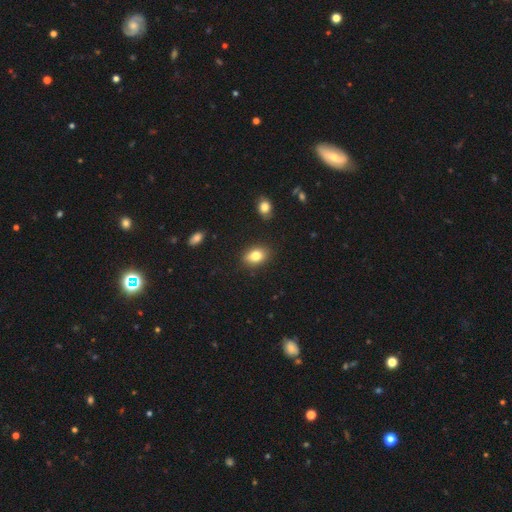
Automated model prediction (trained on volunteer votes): The model was most divided on "how rounded": in between: 80%, round: 18%, cigar-shaped: 2%. More confident: merging — none (85%); smooth or featured — smooth (81%).